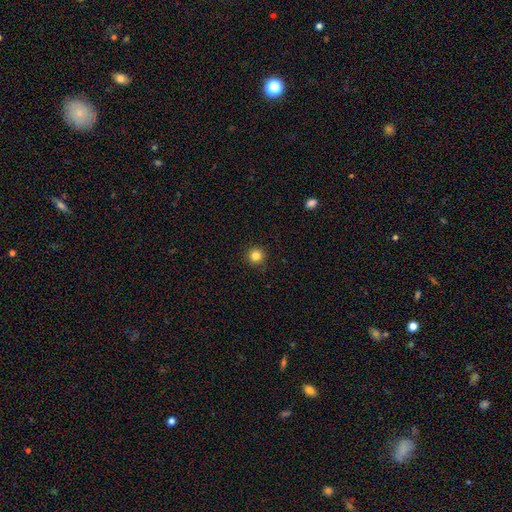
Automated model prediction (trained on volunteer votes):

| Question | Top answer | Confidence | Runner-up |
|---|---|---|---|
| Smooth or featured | smooth | 84% | star or artifact (12%) |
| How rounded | round | 96% | in between (3%) |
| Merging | none | 92% | minor disturbance (5%) |